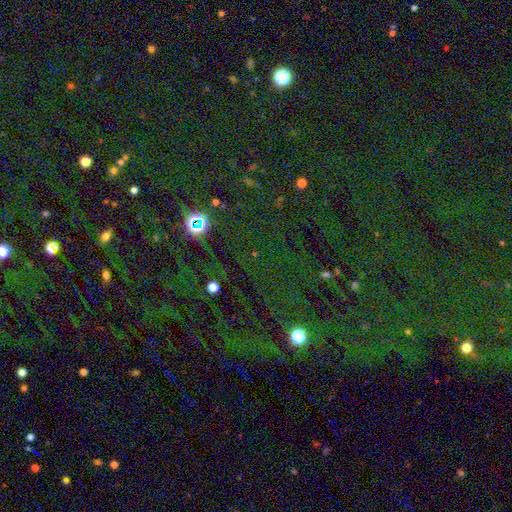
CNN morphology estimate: smooth_or_featured: star or artifact (p=0.80) [alt: smooth p=0.13]